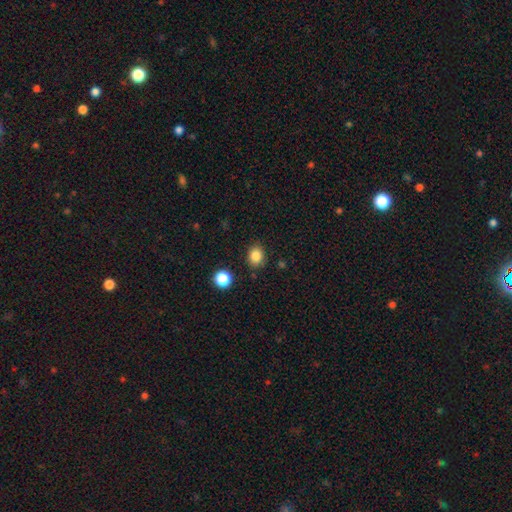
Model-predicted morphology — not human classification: The model was most divided on "how rounded": round: 62%, in between: 37%, cigar-shaped: 1%. More confident: smooth or featured — smooth (84%); merging — none (84%).